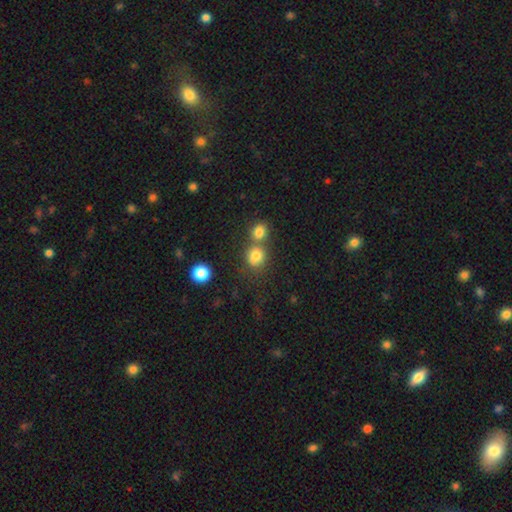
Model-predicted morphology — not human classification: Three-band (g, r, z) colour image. It shows a smooth galaxy with no disk features (77%) that is round (74%). Merging: none (45%).